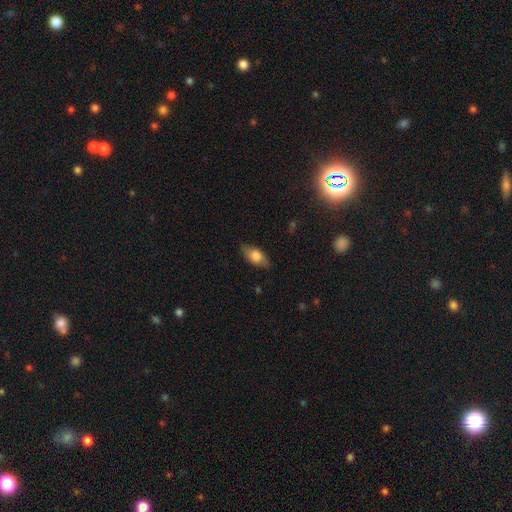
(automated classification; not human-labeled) Overall: smooth (71%). How rounded: in between (85%). Merging: none (80%).